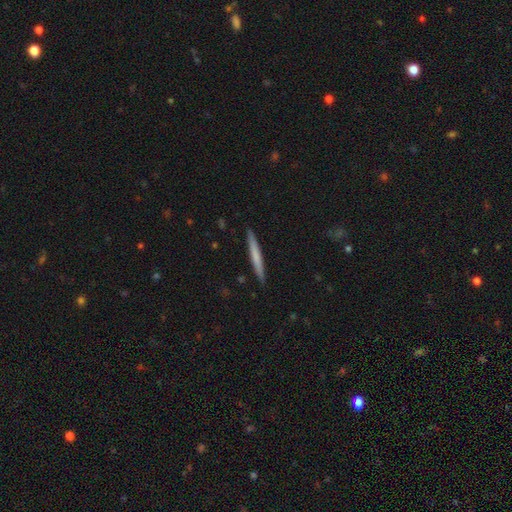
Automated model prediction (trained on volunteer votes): Q: Smooth or featured?
A: smooth (62%); runner-up: featured or disk (33%)
Q: How rounded?
A: cigar-shaped (97%); runner-up: in between (2%)
Q: Merging?
A: none (91%); runner-up: minor disturbance (6%)